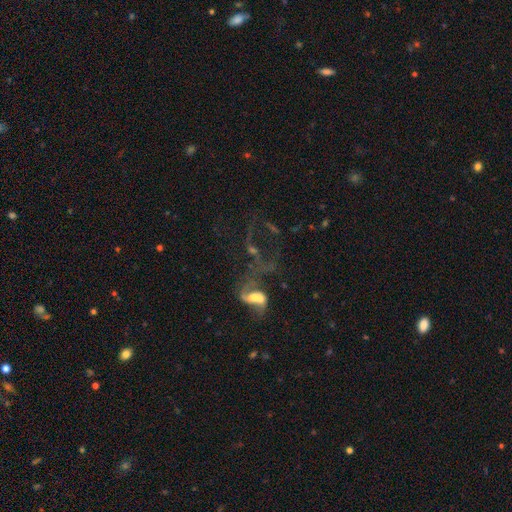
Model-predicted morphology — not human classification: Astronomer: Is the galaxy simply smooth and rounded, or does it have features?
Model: star or artifact — 43% (runner-up: featured or disk, 36%).